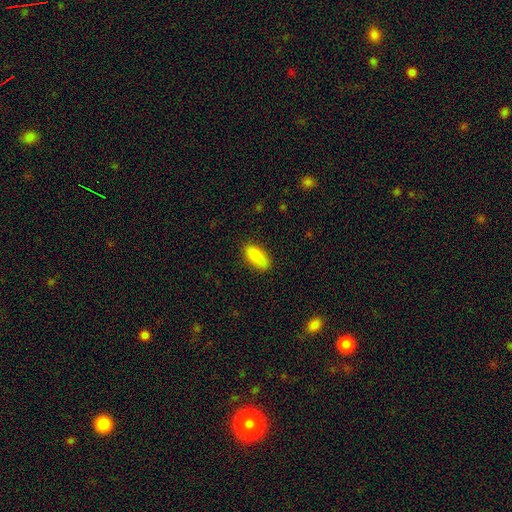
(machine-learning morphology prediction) type=smooth (85%); roundness=in between (77%); merging=none (84%).